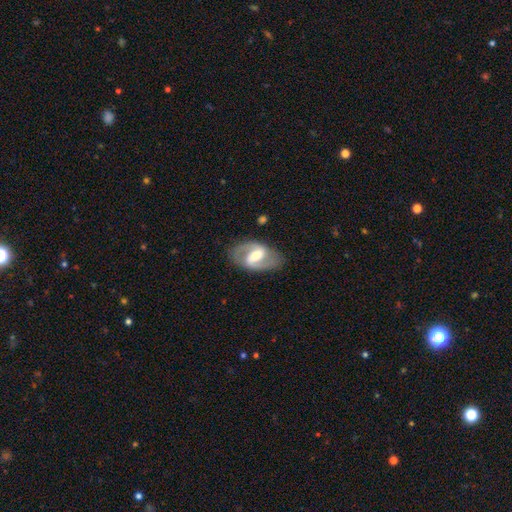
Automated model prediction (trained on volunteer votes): Smooth or featured?
  - featured or disk: 80% *
  - smooth: 15%
  - star or artifact: 5%
Edge-on disk?
  - no: 96% *
  - yes: 4%
Bar?
  - strong: 47% *
  - weak: 40%
  - no: 13%
Spiral arms?
  - yes: 87% *
  - no: 13%
Spiral winding?
  - medium: 52% *
  - loose: 28%
  - tight: 21%
Spiral arm count?
  - 2: 89% *
  - can't tell: 5%
  - 1: 2%
  - 3: 1%
  - 4: 1%
  - more than 4: 1%
Bulge size?
  - moderate: 57% *
  - small: 30%
  - large: 9%
  - none: 2%
  - dominant: 1%
Merging?
  - none: 81% *
  - minor disturbance: 12%
  - major disturbance: 5%
  - merger: 1%